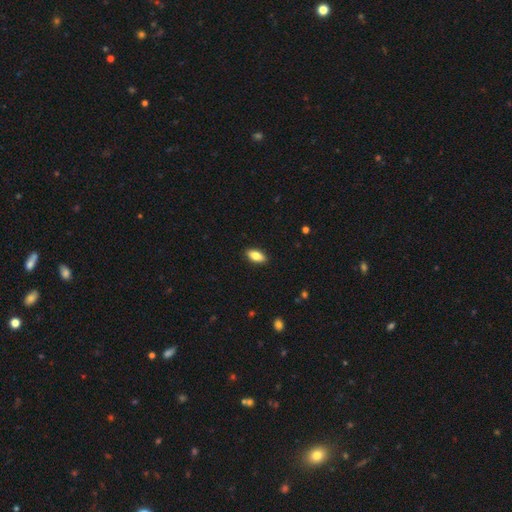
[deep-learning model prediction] Q: Smooth or featured?
A: smooth (80%); runner-up: featured or disk (13%)
Q: How rounded?
A: in between (88%); runner-up: cigar-shaped (9%)
Q: Merging?
A: none (90%); runner-up: minor disturbance (7%)